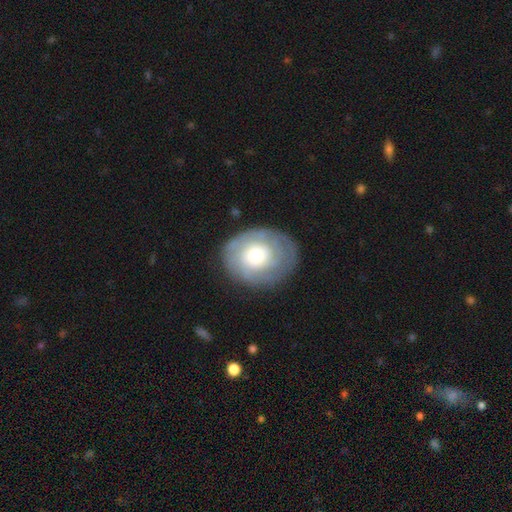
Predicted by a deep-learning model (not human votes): Smooth or featured? Predicted: featured or disk (p=0.58). Edge-on disk? Predicted: no (p=0.97). Bar? Predicted: no (p=0.84). Spiral arms? Predicted: yes (p=0.72). Bulge size? Predicted: moderate (p=0.51). Merging? Predicted: none (p=0.77).